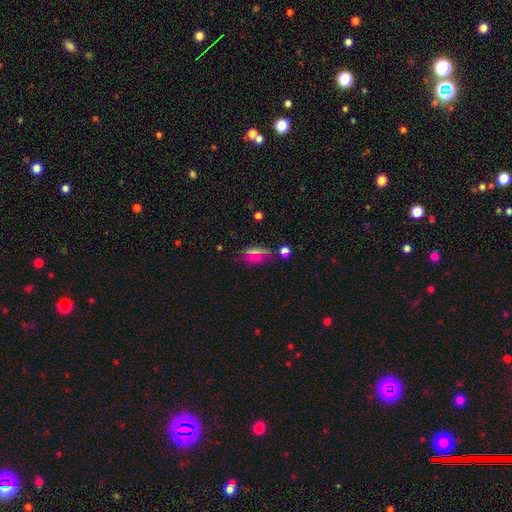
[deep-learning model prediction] smooth_or_featured: smooth (p=0.58) [alt: star or artifact p=0.29]
how_rounded: in between (p=0.76) [alt: round p=0.13]
merging: none (p=0.67) [alt: minor disturbance p=0.19]